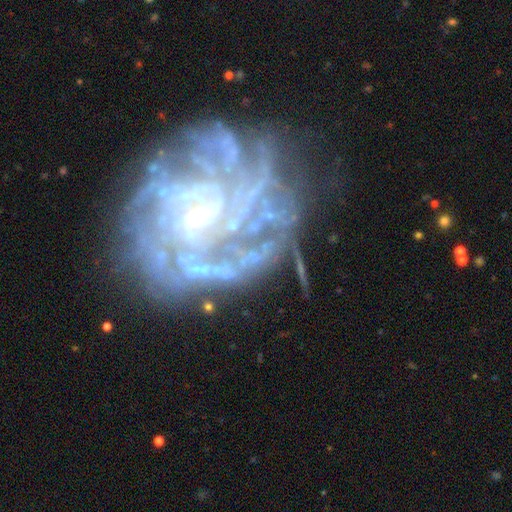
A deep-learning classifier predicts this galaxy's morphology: type=featured or disk (75%); edge-on=no (95%); bar=no (36%); spiral arms=yes (87%); winding=tight (47%); arm count=can't tell (32%); bulge=small (48%); merging=none (48%).